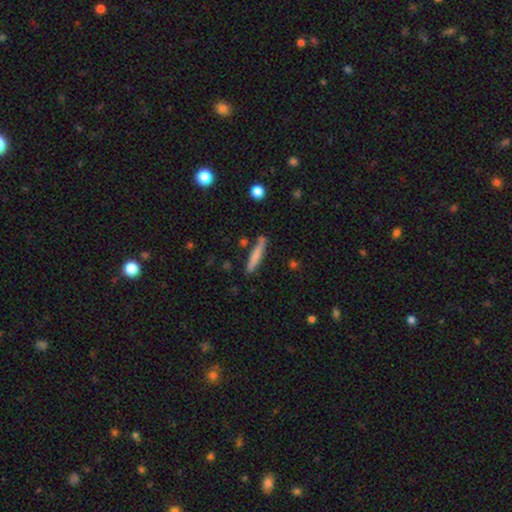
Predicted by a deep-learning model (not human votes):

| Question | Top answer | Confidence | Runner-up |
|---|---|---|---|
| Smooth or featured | smooth | 70% | featured or disk (24%) |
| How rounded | cigar-shaped | 93% | in between (6%) |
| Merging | none | 81% | minor disturbance (12%) |